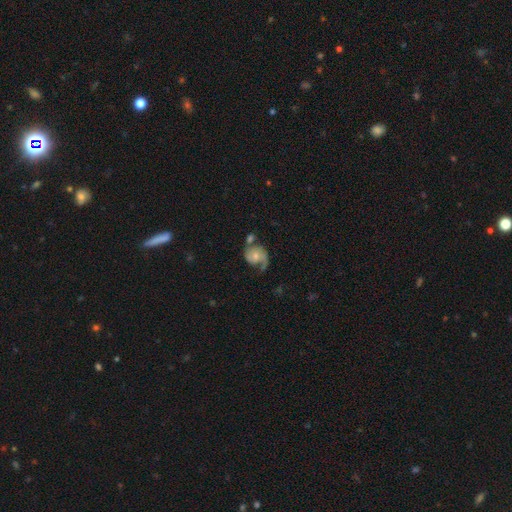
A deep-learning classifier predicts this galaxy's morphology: Smooth or featured? Predicted: featured or disk (p=0.74). Edge-on disk? Predicted: no (p=0.98). Bar? Predicted: no (p=0.73). Spiral arms? Predicted: yes (p=0.92). Spiral winding? Predicted: medium (p=0.43). Spiral arm count? Predicted: 2 (p=0.62). Bulge size? Predicted: moderate (p=0.48). Merging? Predicted: none (p=0.45).